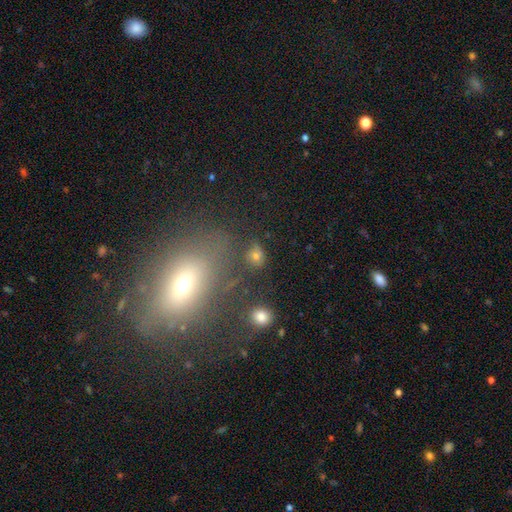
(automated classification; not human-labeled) Smooth or featured? smooth (63%)
How rounded? round (49%)
Merging? none (68%)